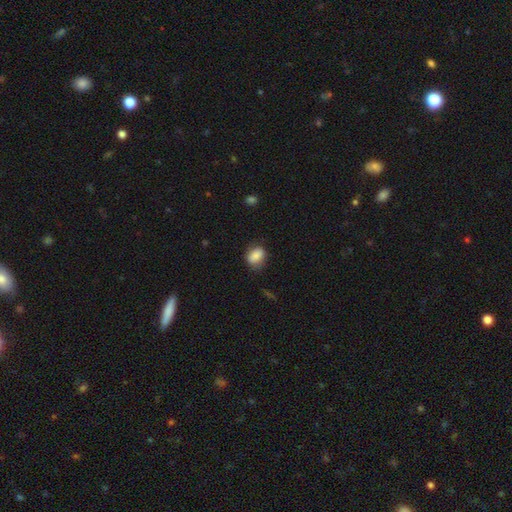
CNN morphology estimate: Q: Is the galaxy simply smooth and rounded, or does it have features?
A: smooth — 85%.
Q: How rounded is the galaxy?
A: in between — 65%.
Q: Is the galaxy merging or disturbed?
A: none — 72%.